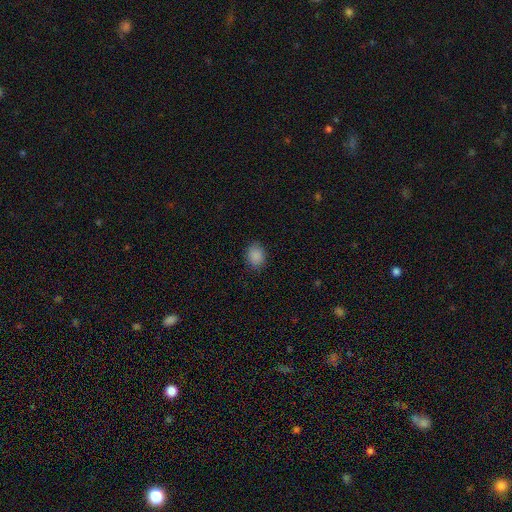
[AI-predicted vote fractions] Morphology: type=smooth (87%); roundness=in between (53%); merging=none (85%).